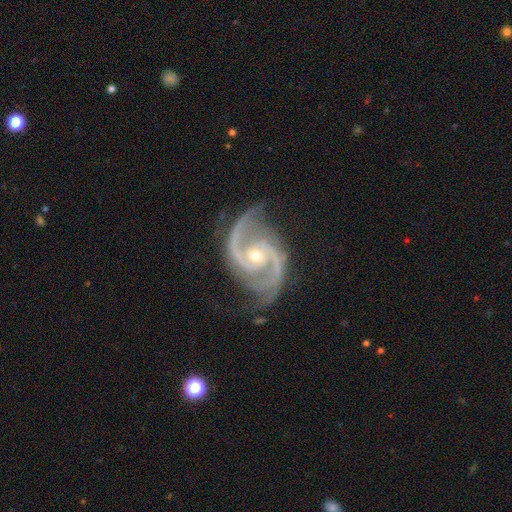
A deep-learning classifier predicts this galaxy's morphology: Smooth or featured?
  - featured or disk: 94% *
  - star or artifact: 4%
  - smooth: 2%
Edge-on disk?
  - no: 98% *
  - yes: 2%
Bar?
  - no: 61% *
  - weak: 28%
  - strong: 12%
Spiral arms?
  - yes: 99% *
  - no: 1%
Spiral winding?
  - medium: 61% *
  - tight: 26%
  - loose: 13%
Spiral arm count?
  - 2: 88% *
  - 3: 5%
  - can't tell: 2%
  - 4: 2%
  - 1: 2%
  - more than 4: 2%
Bulge size?
  - moderate: 49% *
  - small: 48%
  - large: 1%
  - none: 1%
  - dominant: 1%
Merging?
  - none: 74% *
  - minor disturbance: 18%
  - major disturbance: 7%
  - merger: 2%